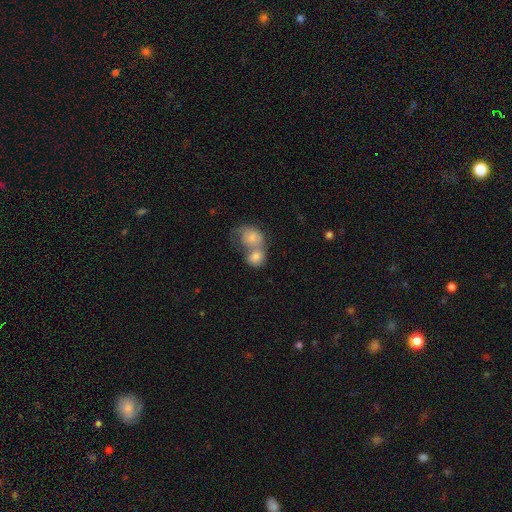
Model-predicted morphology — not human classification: A smooth galaxy with no disk features (73%) that is round (56%). Merging: merger (74%).